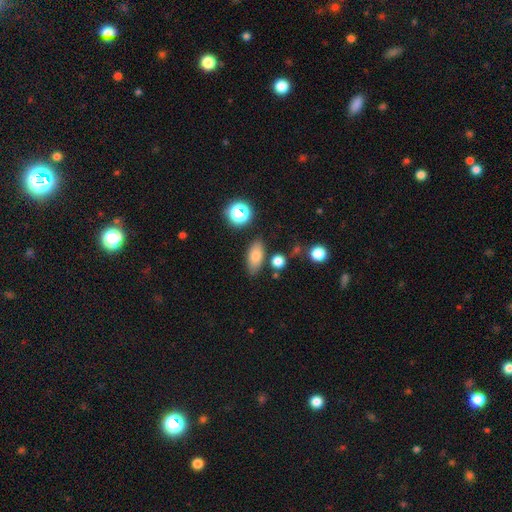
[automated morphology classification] smooth-or-featured: smooth: 76% | featured or disk: 13% | star or artifact: 11%
  how-rounded: in between: 80% | cigar-shaped: 12% | round: 8%
  merging: none: 80% | minor disturbance: 12% | merger: 5% | major disturbance: 3%